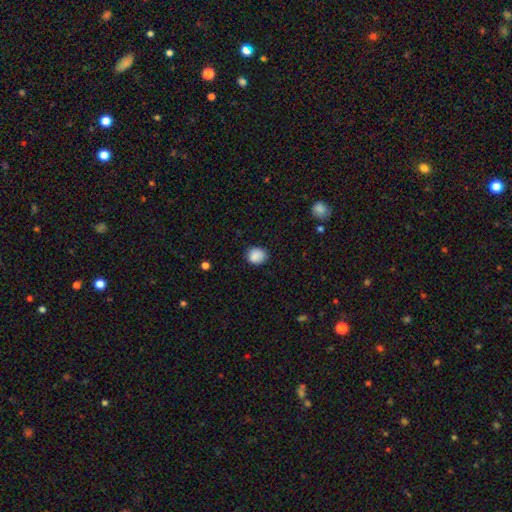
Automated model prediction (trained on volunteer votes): This is clearly a smooth galaxy (88%). How rounded: likely round (70%). Merging: likely none (80%).